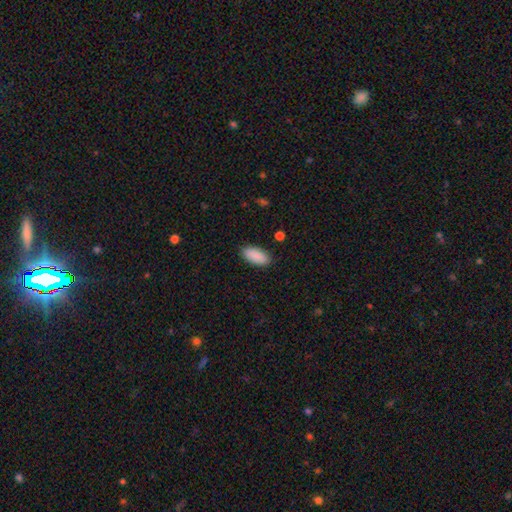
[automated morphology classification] Smooth or featured: smooth — 90% (star or artifact — 6%)
How rounded: in between — 92% (cigar-shaped — 6%)
Merging: none — 88% (minor disturbance — 9%)